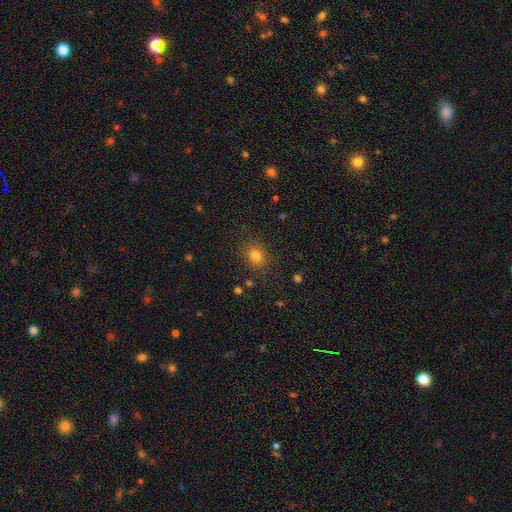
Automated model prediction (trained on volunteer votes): This is clearly a smooth galaxy (80%). How rounded: likely round (66%). Merging: clearly none (85%).